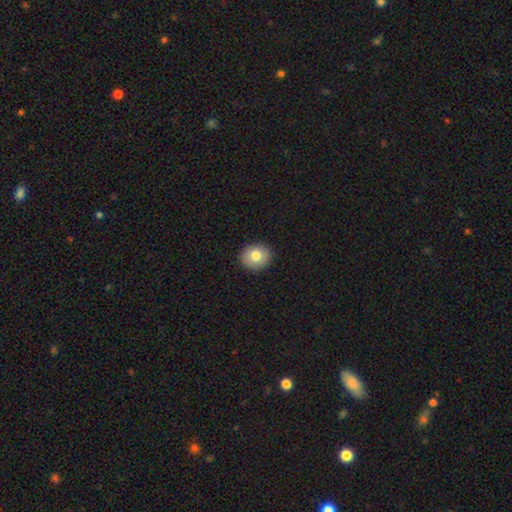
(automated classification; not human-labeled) smooth-or-featured: smooth: 80% | featured or disk: 11% | star or artifact: 9%
  how-rounded: round: 75% | in between: 24% | cigar-shaped: 1%
  merging: none: 91% | minor disturbance: 6% | major disturbance: 2% | merger: 1%